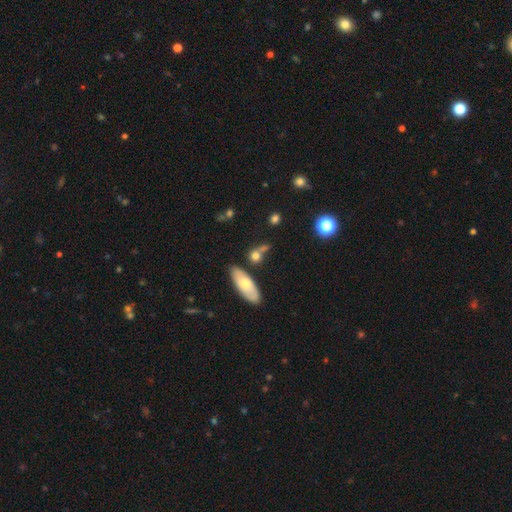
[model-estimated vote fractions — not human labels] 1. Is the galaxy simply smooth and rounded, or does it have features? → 71% smooth, 17% featured or disk, 11% star or artifact.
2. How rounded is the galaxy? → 48% round, 38% in between, 14% cigar-shaped.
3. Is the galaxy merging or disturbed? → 57% none, 22% merger, 14% minor disturbance, 7% major disturbance.